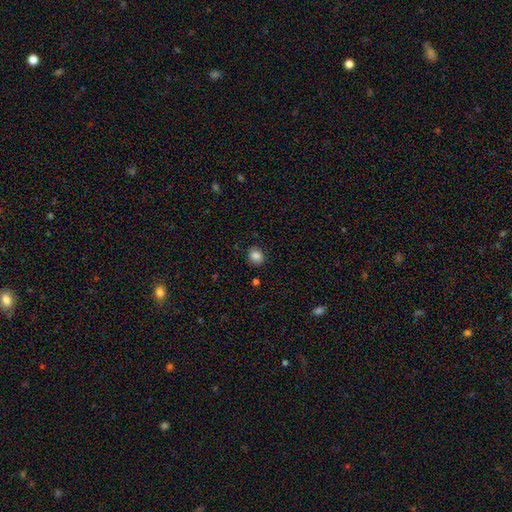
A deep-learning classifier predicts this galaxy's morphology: This appears to be a smooth galaxy with no disk features (85%) that is round (69%). Merging: none (87%).